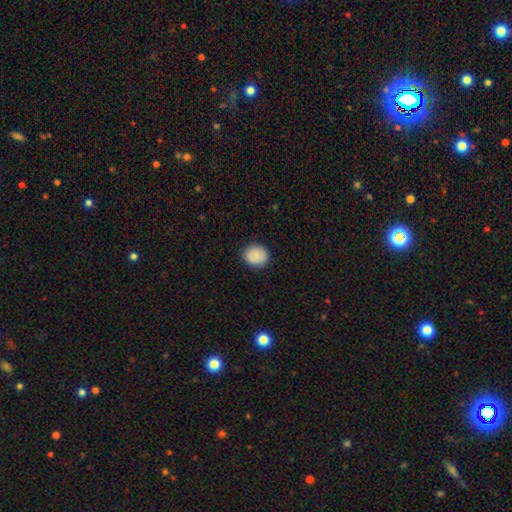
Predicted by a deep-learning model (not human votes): smooth 88%, star or artifact 7%, featured or disk 4%. Down the decision tree: how rounded — round (76%); merging — none (89%).